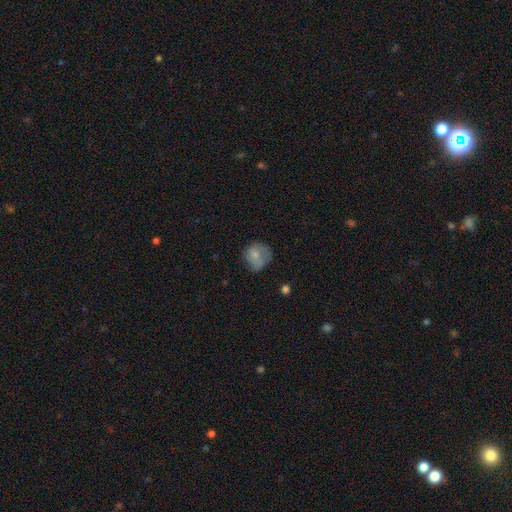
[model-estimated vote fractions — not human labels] Smooth or featured? Predicted: smooth (p=0.72). How rounded? Predicted: round (p=0.76). Merging? Predicted: none (p=0.51).